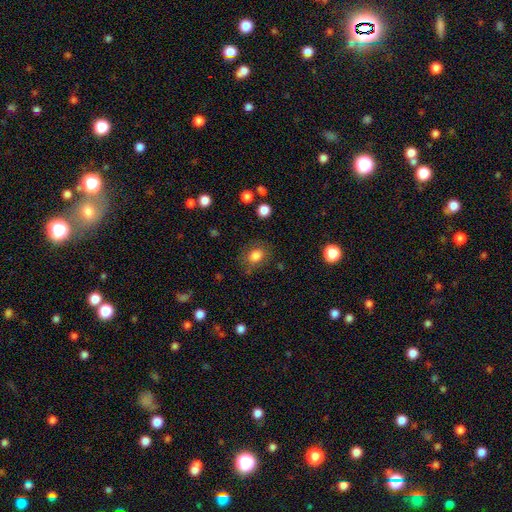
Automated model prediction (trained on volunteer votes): smooth_or_featured: smooth (p=0.82) [alt: star or artifact p=0.10]
how_rounded: round (p=0.51) [alt: in between p=0.48]
merging: none (p=0.77) [alt: minor disturbance p=0.15]